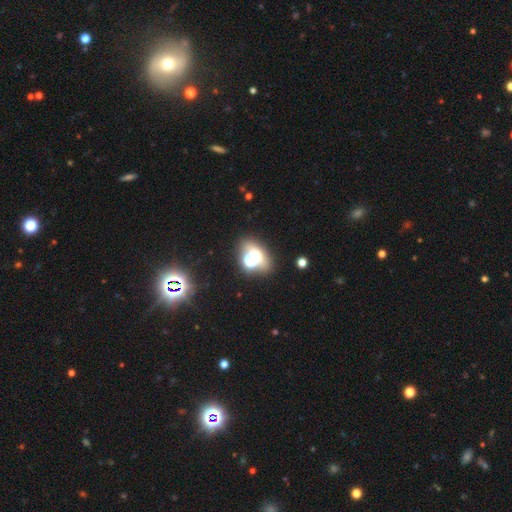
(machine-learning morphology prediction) Q: Smooth or featured?
A: smooth (47%); runner-up: star or artifact (28%)
Q: Merging?
A: none (49%); runner-up: merger (31%)